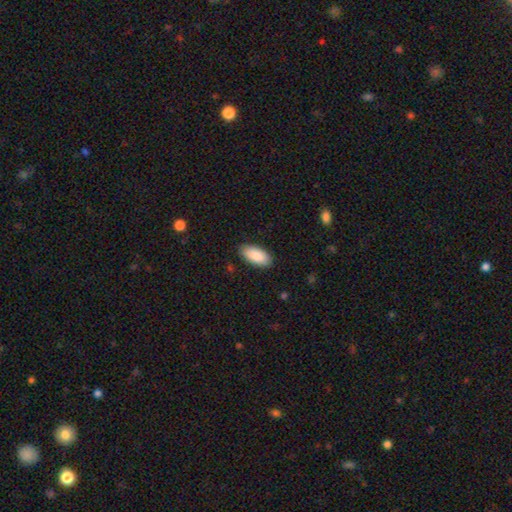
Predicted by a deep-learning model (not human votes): Smooth or featured? smooth (88%)
How rounded? in between (93%)
Merging? none (87%)